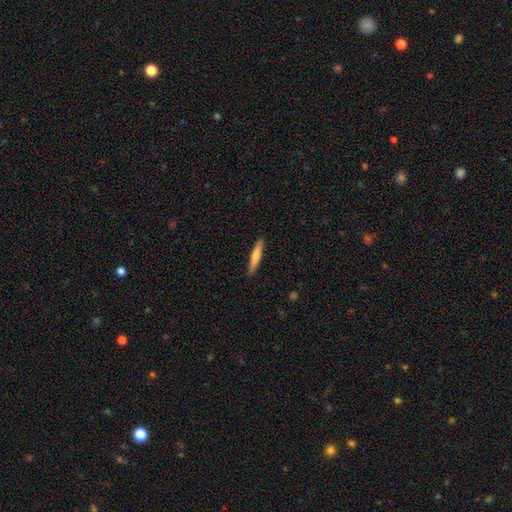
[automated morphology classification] type=smooth (68%); roundness=cigar-shaped (93%); merging=none (90%).